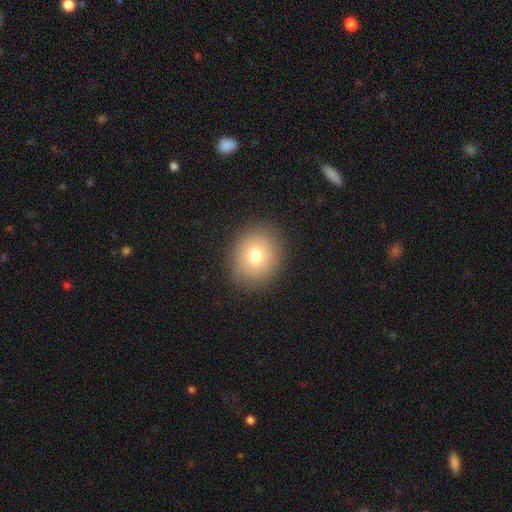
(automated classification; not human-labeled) This appears to be a smooth galaxy with no disk features (74%) that is round (74%). Merging: none (87%).